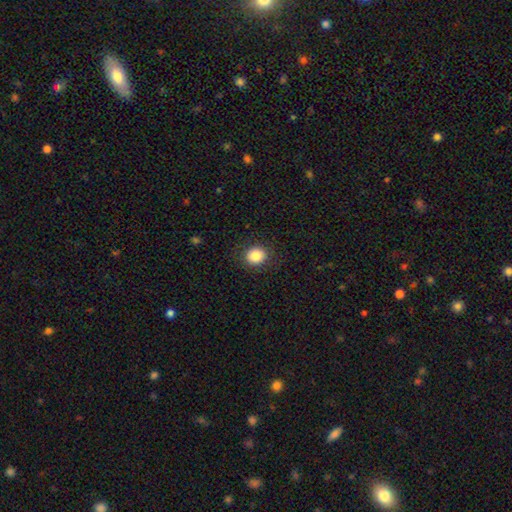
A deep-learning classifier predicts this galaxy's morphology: A smooth galaxy with no disk features (84%) that is round (77%).

Vote fractions:
- Smooth or featured? smooth: 84% / star or artifact: 10% / featured or disk: 6%
- How rounded? round: 77% / in between: 22% / cigar-shaped: 1%
- Merging? none: 88% / minor disturbance: 8% / major disturbance: 3% / merger: 1%